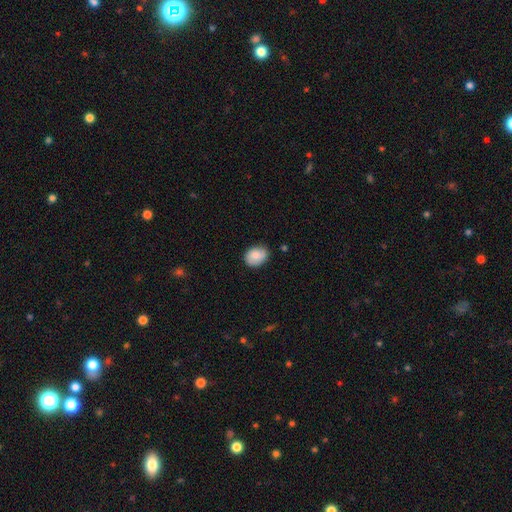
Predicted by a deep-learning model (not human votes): Smooth or featured: smooth — 83% (featured or disk — 9%)
How rounded: in between — 61% (round — 38%)
Merging: none — 76% (minor disturbance — 19%)